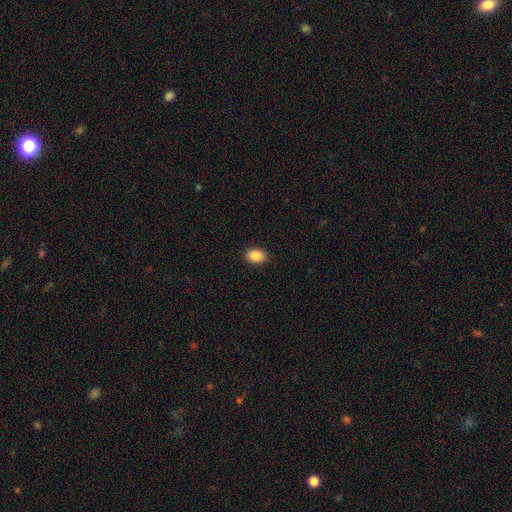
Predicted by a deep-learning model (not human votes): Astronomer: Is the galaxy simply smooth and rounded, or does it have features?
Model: smooth — 89%.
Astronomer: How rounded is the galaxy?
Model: in between — 72%.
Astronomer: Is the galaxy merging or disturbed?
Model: none — 90%.